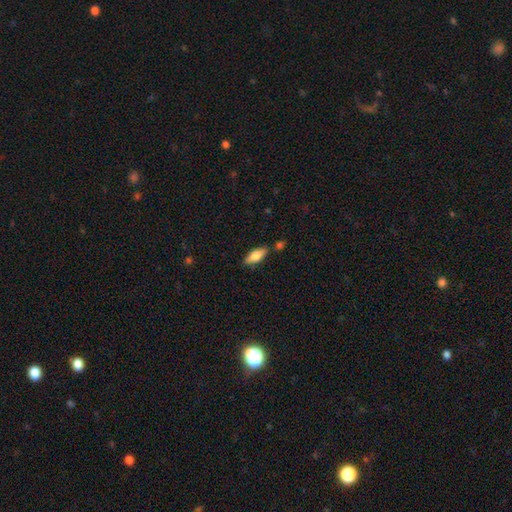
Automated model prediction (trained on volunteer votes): Overall: smooth (70%). How rounded: in between (68%; cigar-shaped 29%). Merging: none (76%).